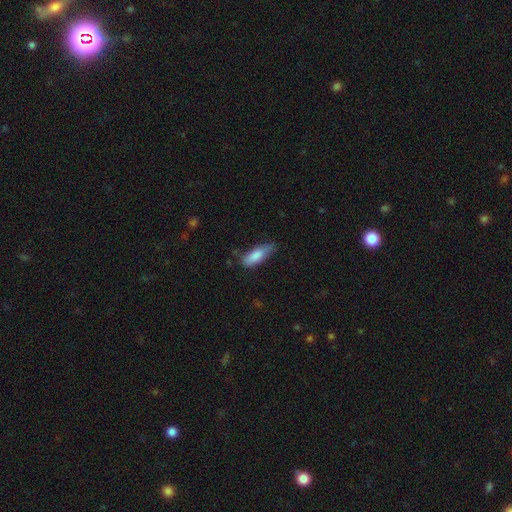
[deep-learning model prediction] The model was most divided on "how rounded": in between: 58%, cigar-shaped: 40%, round: 2%. More confident: smooth or featured — smooth (83%); merging — none (61%).